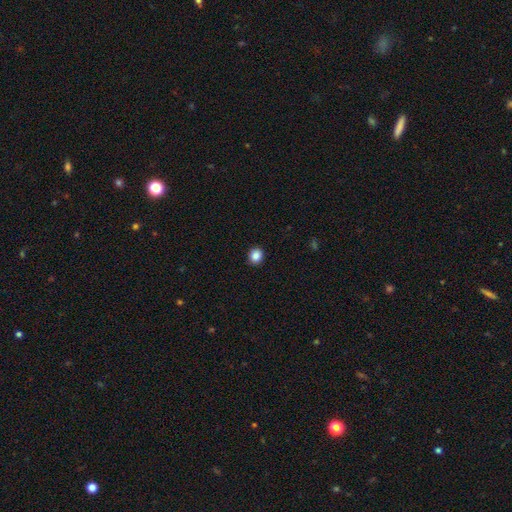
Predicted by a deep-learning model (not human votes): smooth_or_featured: smooth (p=0.86) [alt: star or artifact p=0.10]
how_rounded: round (p=0.80) [alt: in between p=0.19]
merging: none (p=0.92) [alt: minor disturbance p=0.05]